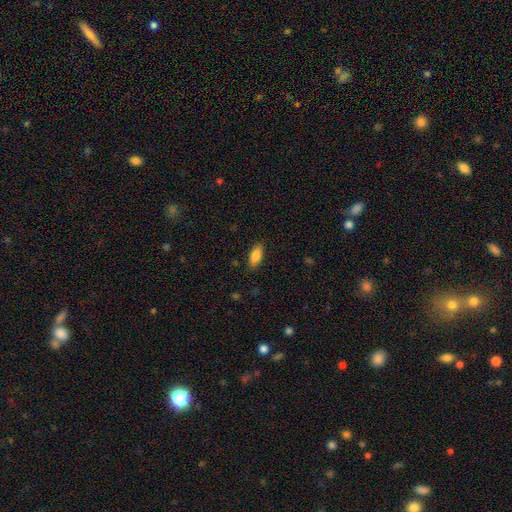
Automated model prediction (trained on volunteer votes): Smooth or featured: smooth — 84% (featured or disk — 9%)
How rounded: in between — 83% (cigar-shaped — 15%)
Merging: none — 86% (minor disturbance — 10%)